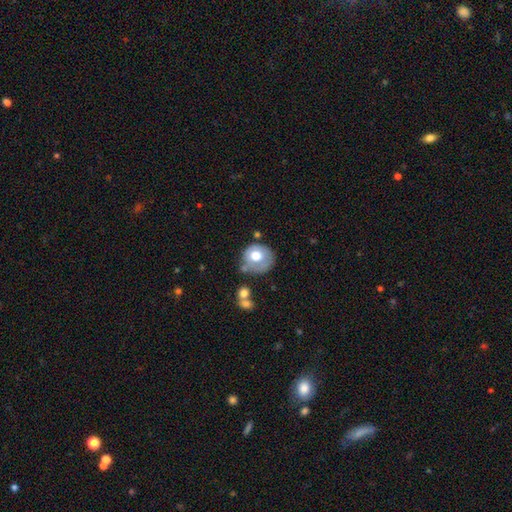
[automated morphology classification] A smooth galaxy with no disk features (60%) that is round (75%).

Vote fractions:
- Smooth or featured? smooth: 60% / featured or disk: 33% / star or artifact: 7%
- How rounded? round: 75% / in between: 24% / cigar-shaped: 1%
- Merging? none: 57% / minor disturbance: 25% / major disturbance: 10% / merger: 9%